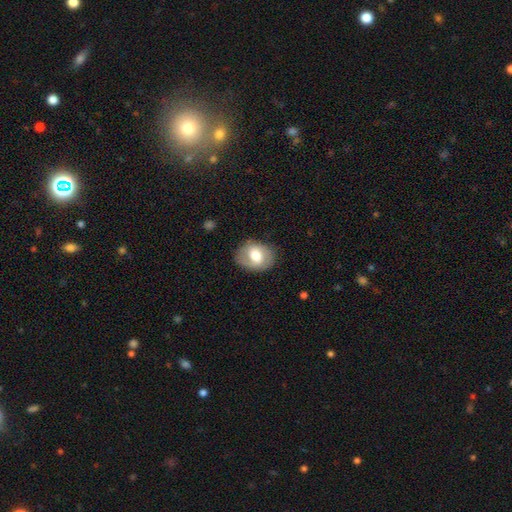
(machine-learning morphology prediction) This is possibly a smooth galaxy (58%). How rounded: likely in between (62%). Merging: likely none (80%).